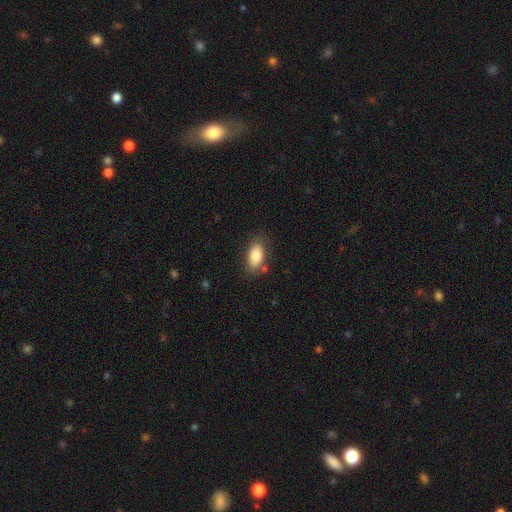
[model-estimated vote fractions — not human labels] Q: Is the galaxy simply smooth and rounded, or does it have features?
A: smooth — 82%.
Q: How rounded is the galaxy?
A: in between — 91%.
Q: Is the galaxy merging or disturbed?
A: none — 77%.